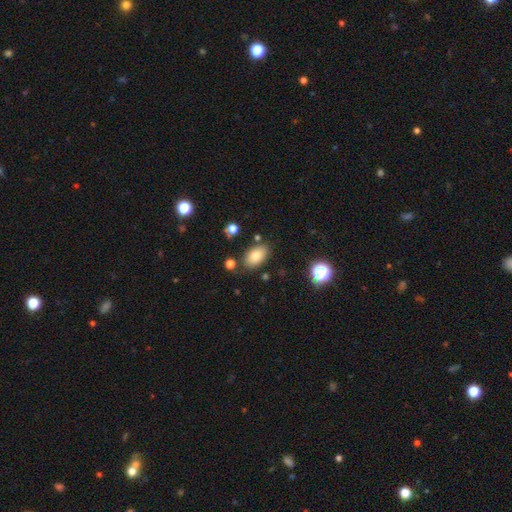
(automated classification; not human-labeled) Smooth or featured?
  - smooth: 80% *
  - featured or disk: 10%
  - star or artifact: 10%
How rounded?
  - in between: 92% *
  - round: 7%
  - cigar-shaped: 2%
Merging?
  - none: 80% *
  - minor disturbance: 13%
  - merger: 4%
  - major disturbance: 3%